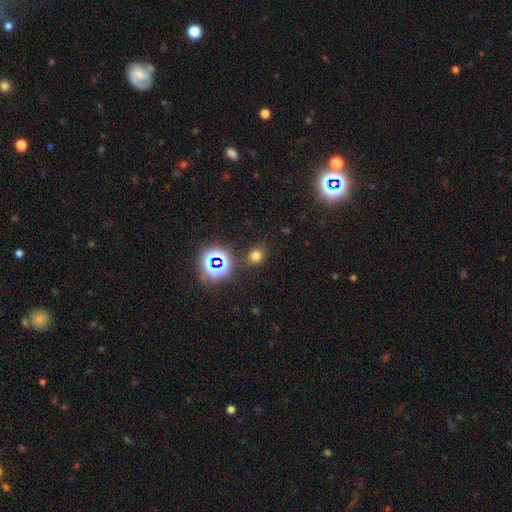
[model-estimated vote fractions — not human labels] smooth_or_featured: smooth (p=0.66) [alt: star or artifact p=0.28]
how_rounded: round (p=0.65) [alt: in between p=0.34]
merging: none (p=0.81) [alt: minor disturbance p=0.11]